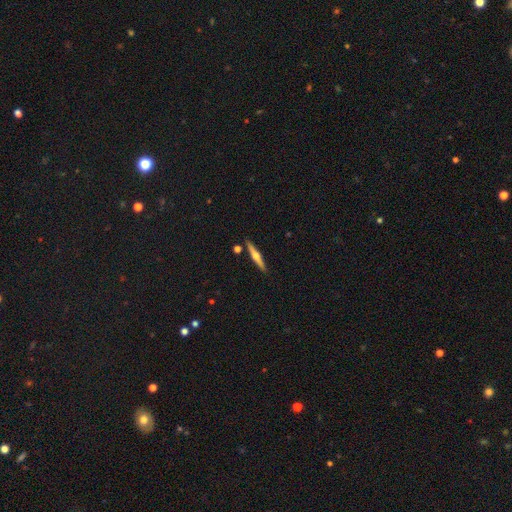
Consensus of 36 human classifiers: smooth_or_featured: featured or disk (p=0.78) [alt: smooth p=0.19]
disk_edge_on: yes (p=0.96) [alt: no p=0.04]
edge_on_bulge: rounded (p=1.00)
merging: none (p=0.97) [alt: minor disturbance p=0.03]